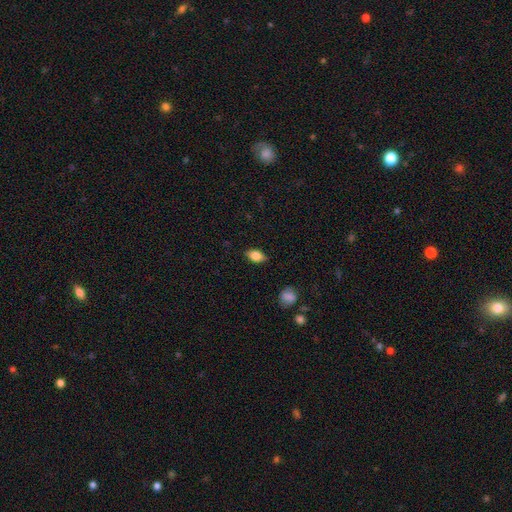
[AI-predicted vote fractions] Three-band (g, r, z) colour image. It shows a smooth galaxy with no disk features (81%) that is in between round and cigar-shaped (87%). Merging: none (84%).